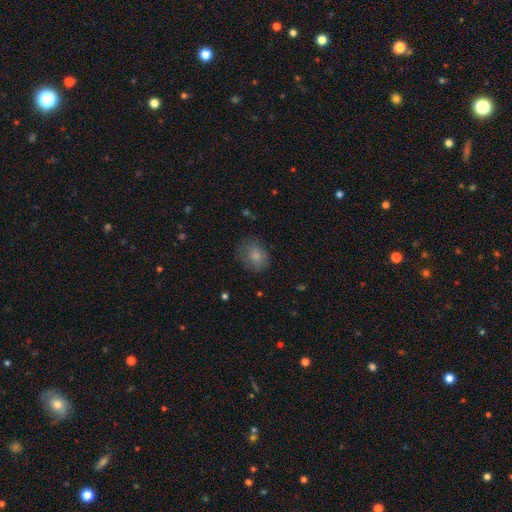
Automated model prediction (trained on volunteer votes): This appears to be a smooth galaxy with no disk features (78%) that is round (54%). Merging: none (67%).